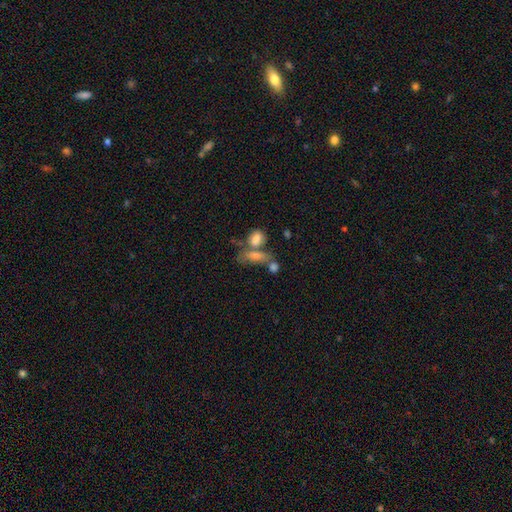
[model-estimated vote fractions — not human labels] The model was most divided on "merging": merger: 44%, none: 32%, minor disturbance: 13%, major disturbance: 11%. More confident: how rounded — in between (72%); smooth or featured — smooth (67%).